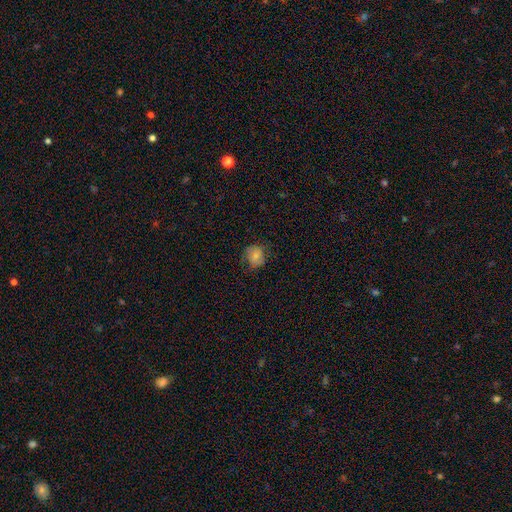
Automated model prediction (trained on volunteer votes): This is likely a smooth galaxy (76%). How rounded: likely round (75%). Merging: likely none (71%).